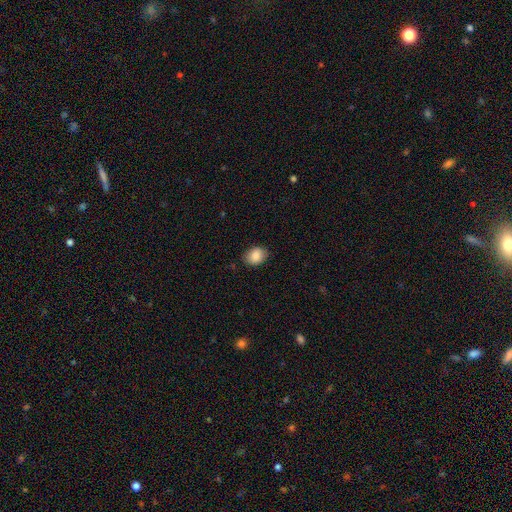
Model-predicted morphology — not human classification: Smooth or featured? Predicted: smooth (p=0.87). How rounded? Predicted: in between (p=0.63). Merging? Predicted: none (p=0.83).